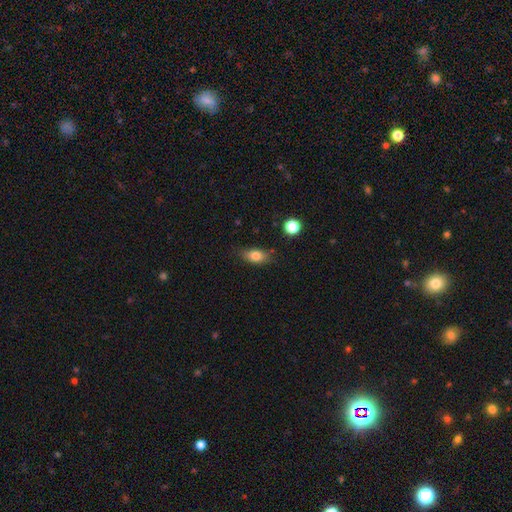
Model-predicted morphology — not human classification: Smooth or featured? smooth (80%)
How rounded? in between (82%)
Merging? none (76%)